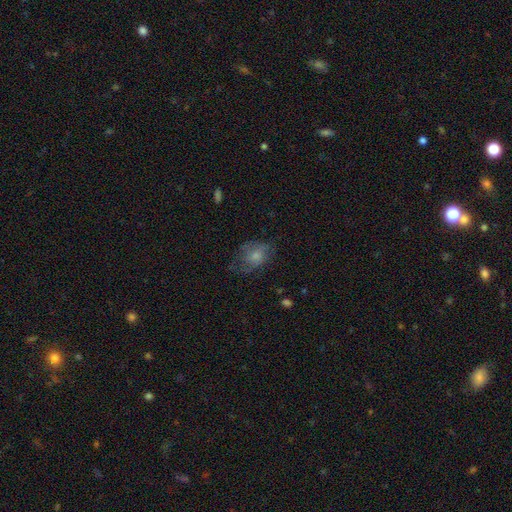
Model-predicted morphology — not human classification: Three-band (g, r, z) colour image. It shows a smooth galaxy with no disk features (64%) that is in between round and cigar-shaped (65%). Merging: none (46%).